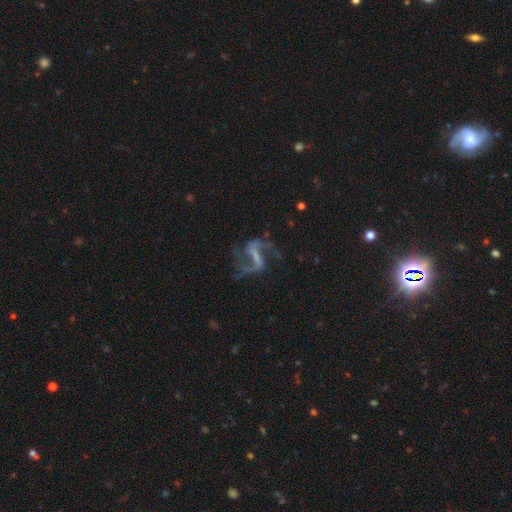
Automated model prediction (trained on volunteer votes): Smooth or featured: featured or disk — 86% (star or artifact — 9%)
Edge-on disk: no — 96% (yes — 4%)
Bar: strong — 57% (weak — 32%)
Spiral arms: yes — 94% (no — 6%)
Spiral winding: loose — 64% (medium — 30%)
Spiral arm count: 2 — 91% (can't tell — 3%)
Bulge size: none — 52% (small — 32%)
Merging: none — 68% (major disturbance — 16%)